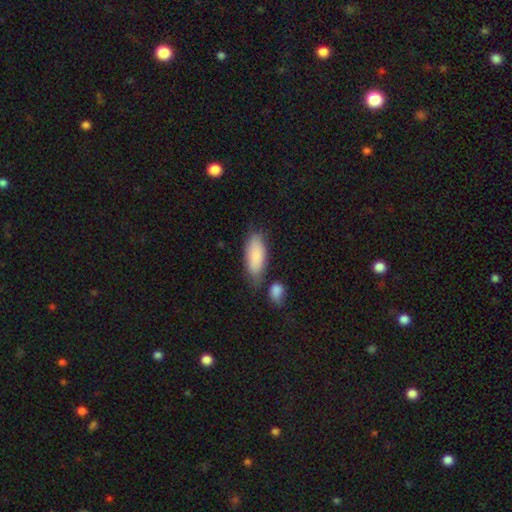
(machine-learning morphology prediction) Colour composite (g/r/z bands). It shows a smooth galaxy with no disk features (85%) that is in between round and cigar-shaped (78%). Merging: none (59%).